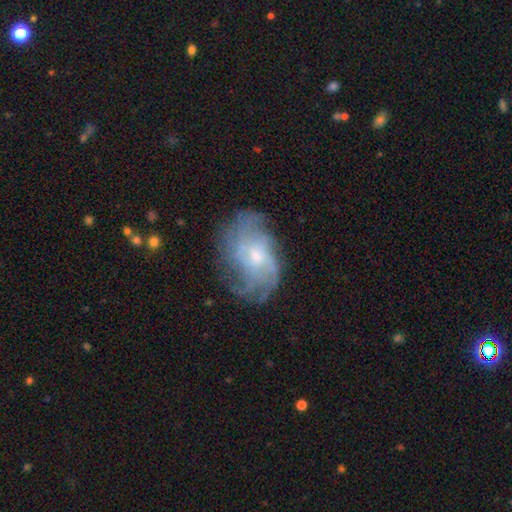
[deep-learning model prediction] Smooth or featured?
  - featured or disk: 72% *
  - smooth: 20%
  - star or artifact: 8%
Edge-on disk?
  - no: 97% *
  - yes: 3%
Bar?
  - no: 68% *
  - weak: 28%
  - strong: 4%
Spiral arms?
  - yes: 83% *
  - no: 17%
Spiral winding?
  - medium: 38% * (tied)
  - tight: 38% * (tied)
  - loose: 24%
Spiral arm count?
  - can't tell: 48% *
  - 4: 14%
  - 2: 13%
  - 3: 13%
  - more than 4: 7%
  - 1: 5%
Bulge size?
  - small: 50% *
  - moderate: 42%
  - none: 4%
  - large: 3%
  - dominant: 1%
Merging?
  - none: 62% *
  - minor disturbance: 22%
  - major disturbance: 15%
  - merger: 2%